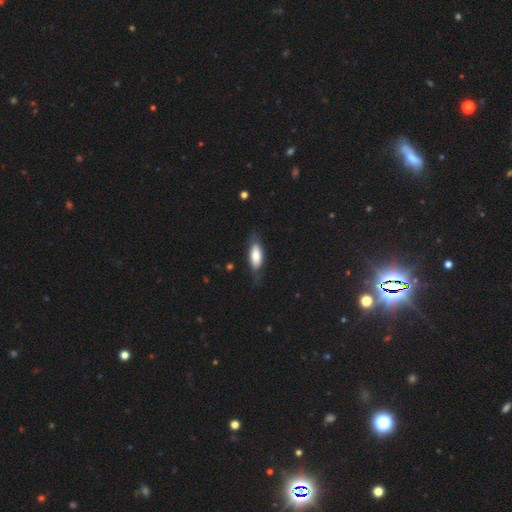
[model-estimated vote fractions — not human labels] Smooth or featured? smooth (70%)
How rounded? in between (73%)
Merging? none (69%)